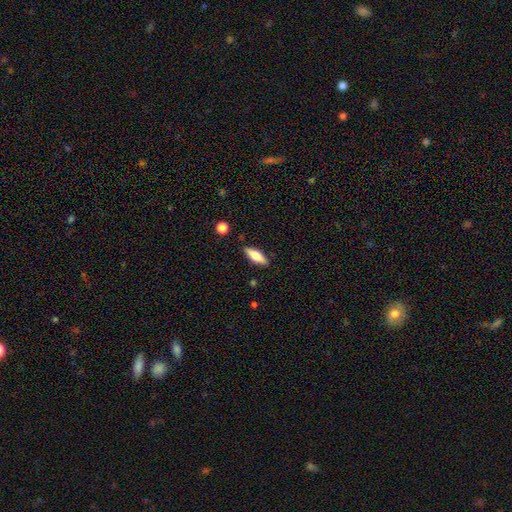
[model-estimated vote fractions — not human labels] Overall: smooth (67%; featured or disk 27%). How rounded: in between (62%; cigar-shaped 35%). Merging: none (86%).